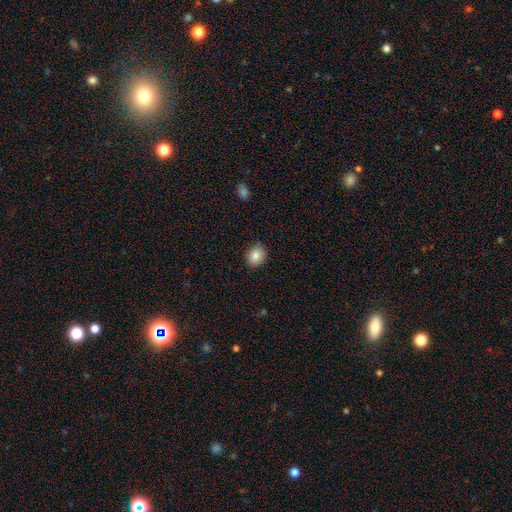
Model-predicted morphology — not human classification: Smooth or featured: smooth — 86% (star or artifact — 9%)
How rounded: round — 65% (in between — 35%)
Merging: none — 88% (minor disturbance — 9%)